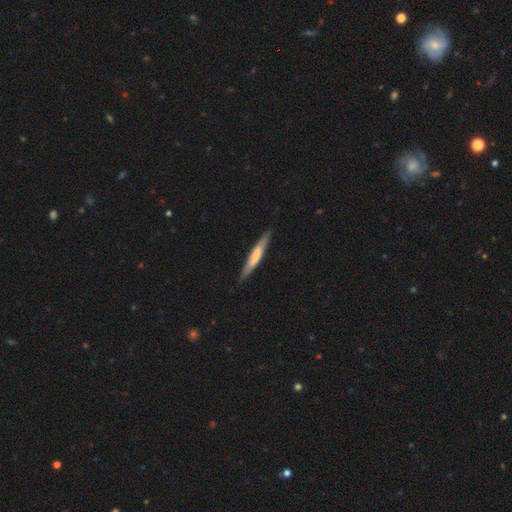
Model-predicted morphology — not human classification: Overall: smooth (54%; featured or disk 41%). How rounded: cigar-shaped (93%). Merging: none (86%).